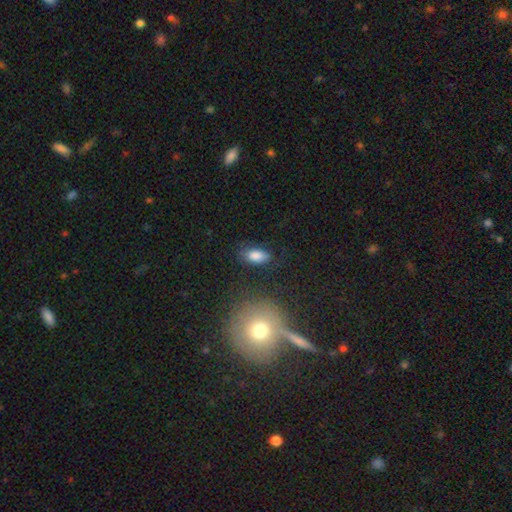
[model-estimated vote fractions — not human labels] This is clearly a smooth galaxy (84%). How rounded: clearly in between (91%). Merging: likely none (76%).